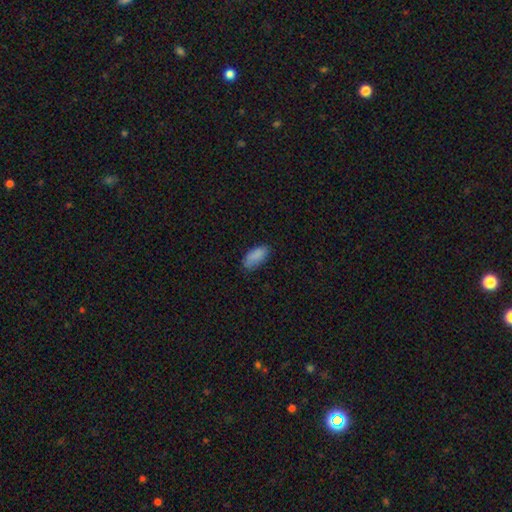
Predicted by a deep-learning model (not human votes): This appears to be a smooth galaxy with no disk features (87%) that is in between round and cigar-shaped (89%). Merging: none (74%).